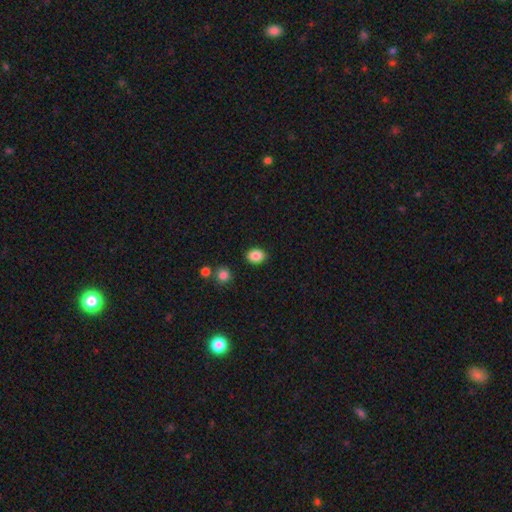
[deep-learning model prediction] A smooth galaxy with no disk features (87%) that is in between round and cigar-shaped (54%).

Vote fractions:
- Smooth or featured? smooth: 87% / star or artifact: 9% / featured or disk: 4%
- How rounded? in between: 54% / round: 45% / cigar-shaped: 1%
- Merging? none: 88% / minor disturbance: 8% / merger: 2% / major disturbance: 2%